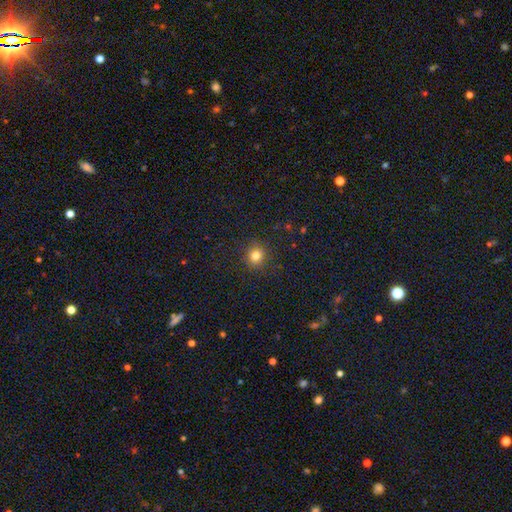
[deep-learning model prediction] Q: Smooth or featured?
A: smooth (82%); runner-up: star or artifact (13%)
Q: How rounded?
A: round (86%); runner-up: in between (13%)
Q: Merging?
A: none (90%); runner-up: minor disturbance (7%)